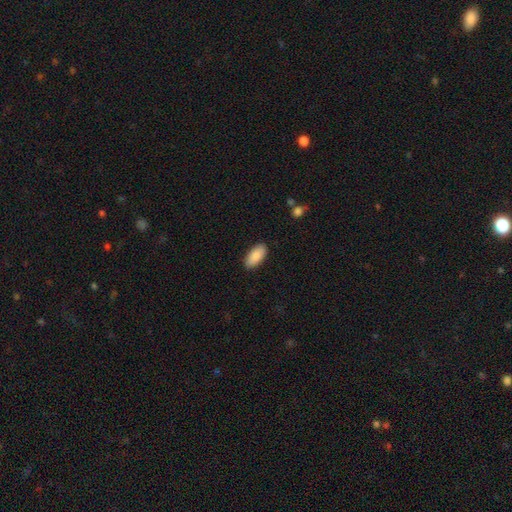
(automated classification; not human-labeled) Smooth or featured? Predicted: smooth (p=0.89). How rounded? Predicted: in between (p=0.92). Merging? Predicted: none (p=0.89).